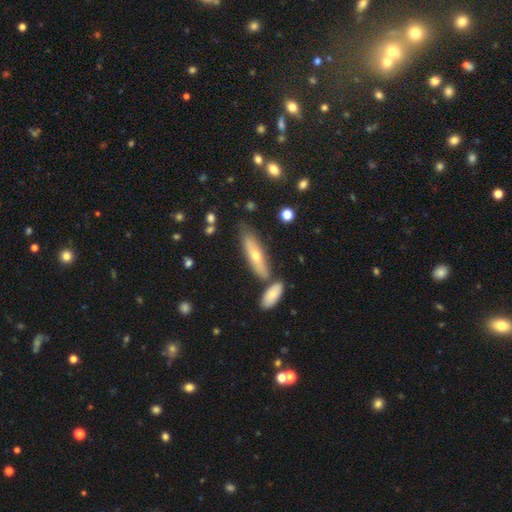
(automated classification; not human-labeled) Smooth or featured: smooth — 51% (featured or disk — 41%)
How rounded: cigar-shaped — 62% (in between — 36%)
Merging: none — 68% (minor disturbance — 16%)